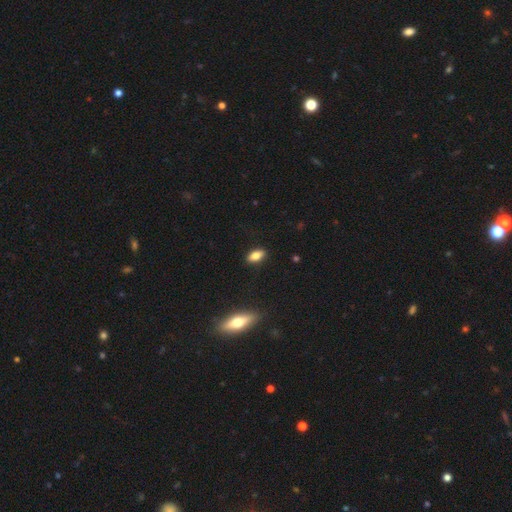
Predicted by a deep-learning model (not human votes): This appears to be a smooth galaxy with no disk features (80%) that is in between round and cigar-shaped (87%). Merging: none (88%).